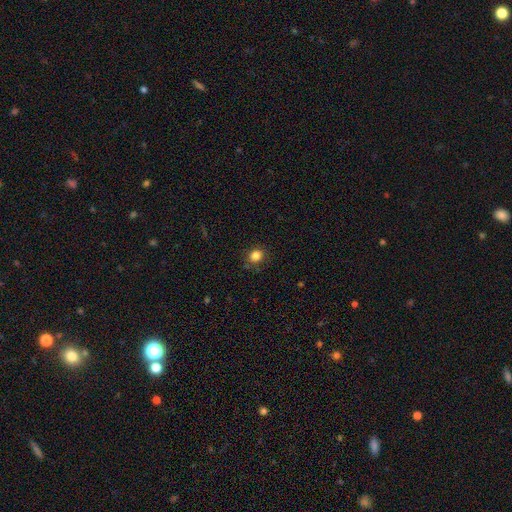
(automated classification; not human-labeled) This is clearly a smooth galaxy (83%). How rounded: likely round (69%). Merging: clearly none (83%).